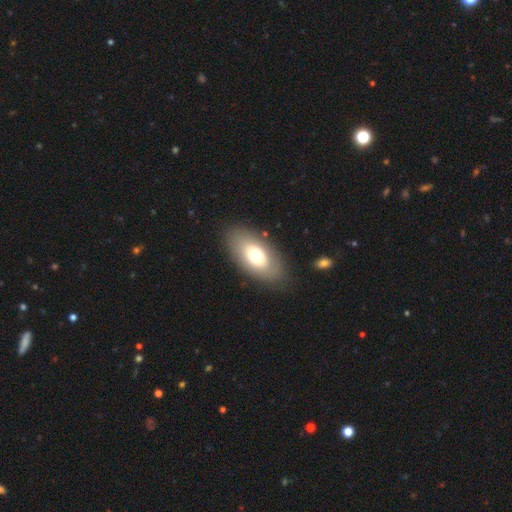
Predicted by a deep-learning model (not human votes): The model was most divided on "smooth or featured": smooth: 66%, featured or disk: 27%, star or artifact: 7%. More confident: how rounded — in between (92%); merging — none (83%).